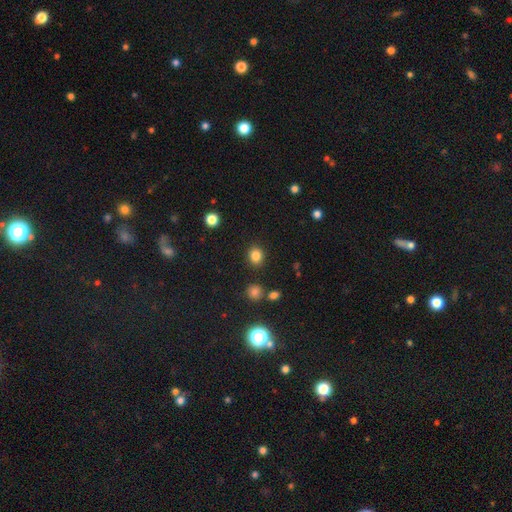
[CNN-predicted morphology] The model was most divided on "how rounded": round: 73%, in between: 26%, cigar-shaped: 1%. More confident: merging — none (88%); smooth or featured — smooth (83%).